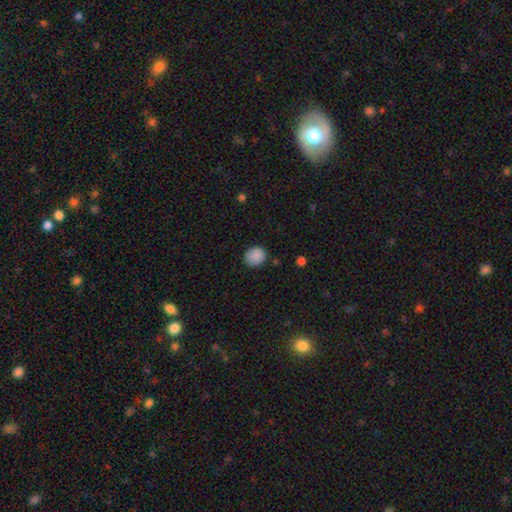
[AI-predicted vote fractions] Morphology: type=smooth (88%); roundness=round (81%); merging=none (83%).